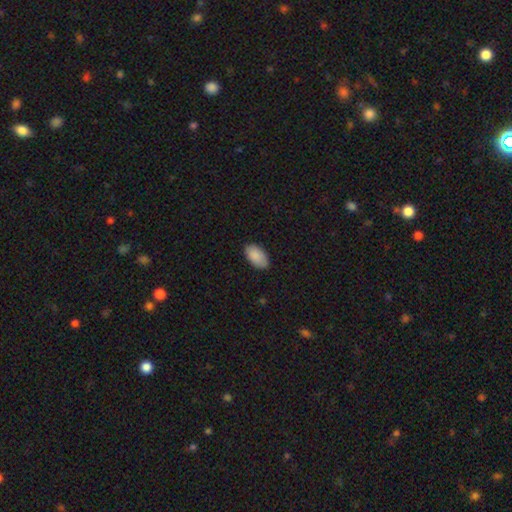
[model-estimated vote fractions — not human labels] This is clearly a smooth galaxy (89%). How rounded: clearly in between (95%). Merging: clearly none (85%).